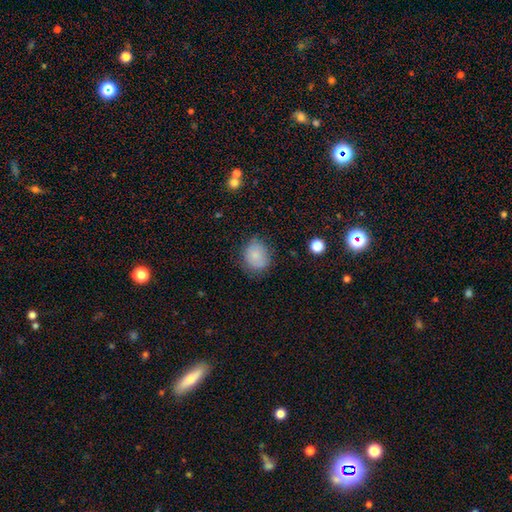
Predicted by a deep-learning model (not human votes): Smooth or featured?
  - smooth: 80% *
  - featured or disk: 12%
  - star or artifact: 9%
How rounded?
  - round: 57% *
  - in between: 42%
  - cigar-shaped: 1%
Merging?
  - none: 70% *
  - minor disturbance: 23%
  - major disturbance: 6%
  - merger: 2%